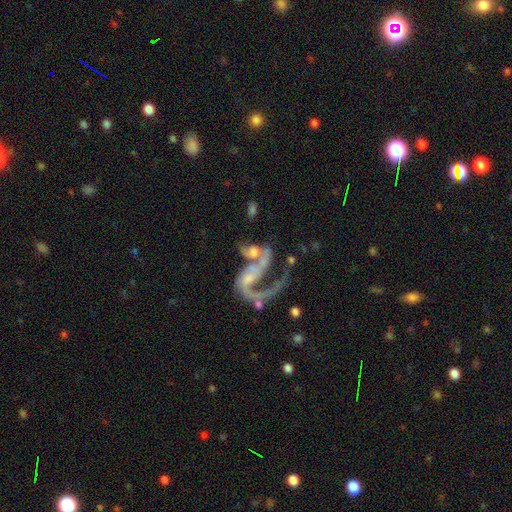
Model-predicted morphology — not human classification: Smooth or featured? featured or disk (76%)
Edge-on disk? no (97%)
Bar? no (62%)
Spiral arms? yes (76%)
Spiral winding? loose (71%)
Spiral arm count? 1 (54%)
Bulge size? small (38%)
Merging? merger (43%)